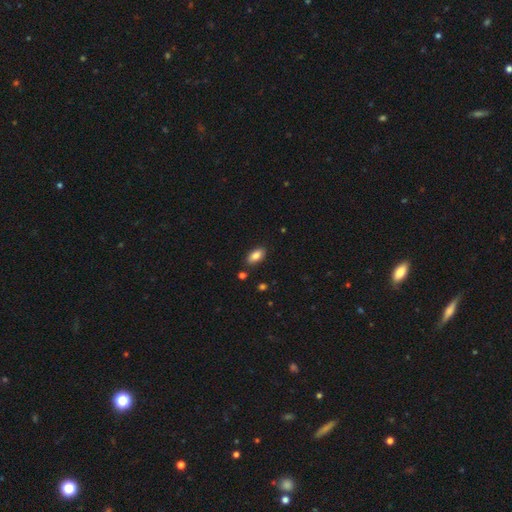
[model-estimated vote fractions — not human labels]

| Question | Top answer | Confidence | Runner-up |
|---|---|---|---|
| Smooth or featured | smooth | 84% | featured or disk (8%) |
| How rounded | in between | 92% | cigar-shaped (5%) |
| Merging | none | 86% | minor disturbance (10%) |